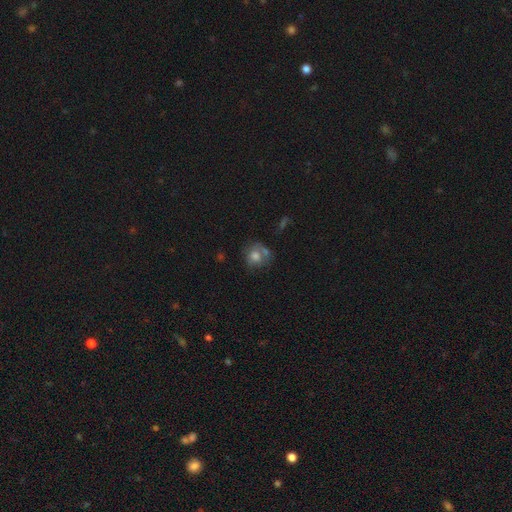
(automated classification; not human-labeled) Smooth or featured: smooth — 66% (featured or disk — 23%)
How rounded: round — 74% (in between — 25%)
Merging: none — 45% (merger — 22%)